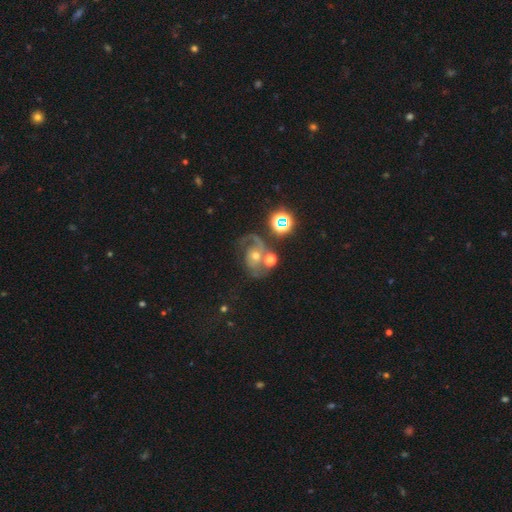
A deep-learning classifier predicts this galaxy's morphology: This appears to be a featured or disk galaxy (68%) with no bar (70%), 2 (55%) medium (47%) spiral arms (88%) and a moderate central bulge (52%). Merging: none (41%).